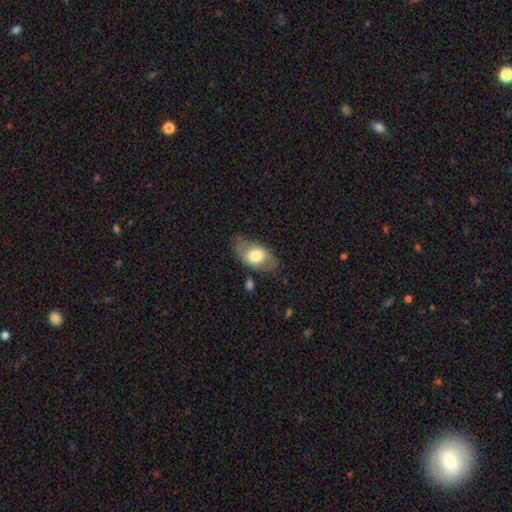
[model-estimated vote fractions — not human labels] A smooth galaxy with no disk features (60%) that is in between round and cigar-shaped (90%).

Vote fractions:
- Smooth or featured? smooth: 60% / featured or disk: 33% / star or artifact: 6%
- How rounded? in between: 90% / round: 8% / cigar-shaped: 2%
- Merging? none: 69% / minor disturbance: 20% / major disturbance: 7% / merger: 3%